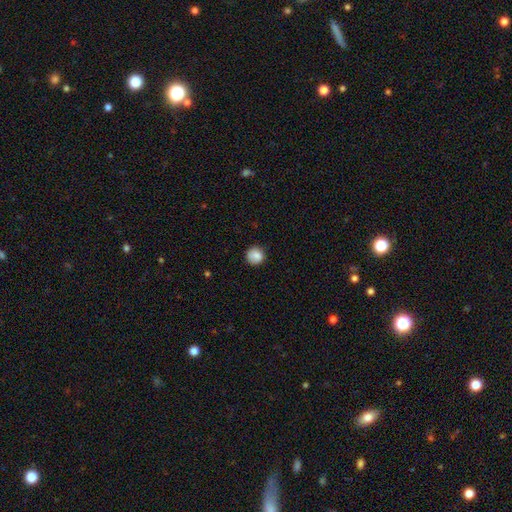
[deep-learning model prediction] A smooth galaxy with no disk features (86%) that is round (93%).

Vote fractions:
- Smooth or featured? smooth: 86% / star or artifact: 9% / featured or disk: 5%
- How rounded? round: 93% / in between: 6% / cigar-shaped: 1%
- Merging? none: 86% / minor disturbance: 11% / major disturbance: 2% / merger: 1%